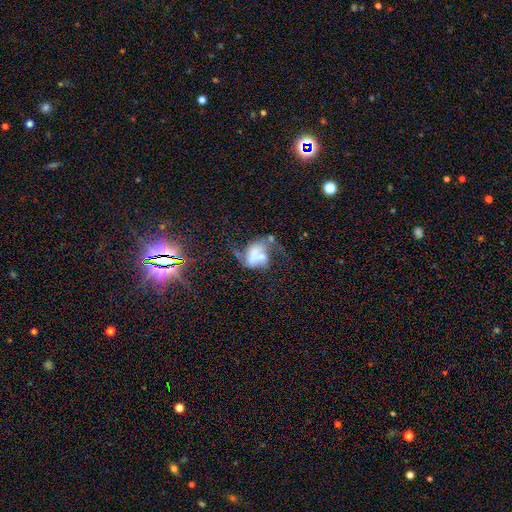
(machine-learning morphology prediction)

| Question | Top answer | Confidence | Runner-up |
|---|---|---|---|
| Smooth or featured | featured or disk | 58% | smooth (29%) |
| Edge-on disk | no | 97% | yes (3%) |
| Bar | no | 67% | weak (20%) |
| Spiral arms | no | 58% | yes (42%) |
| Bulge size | none | 33% | moderate (25%) |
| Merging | merger | 43% | major disturbance (30%) |